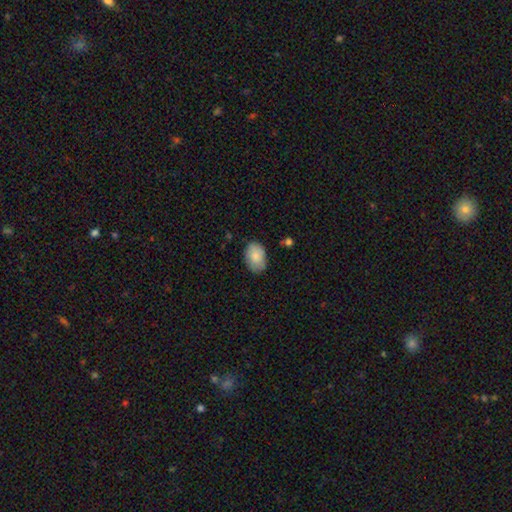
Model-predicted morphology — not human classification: Overall: smooth (83%). How rounded: in between (84%). Merging: none (79%).